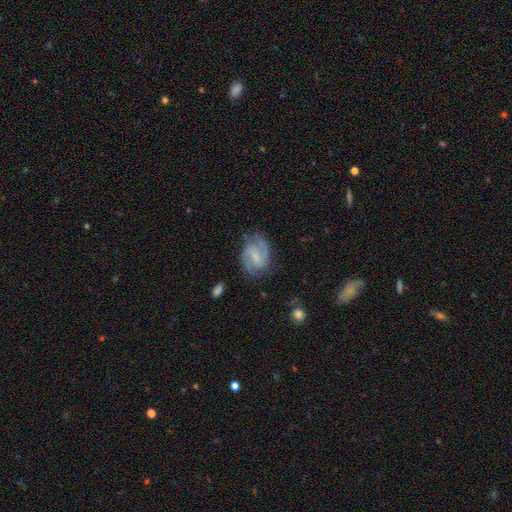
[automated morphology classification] smooth-or-featured: featured or disk: 84% | smooth: 10% | star or artifact: 6%
  disk-edge-on: no: 98% | yes: 2%
    bar: weak: 52% | strong: 29% | no: 19%
    has-spiral-arms: yes: 96% | no: 4%
      spiral-winding: medium: 52% | tight: 31% | loose: 17%
      spiral-arm-count: 2: 74% | 3: 11% | can't tell: 8% | 1: 3% | 4: 2% | more than 4: 2%
    bulge-size: small: 50% | moderate: 24% | none: 22% | large: 2% | dominant: 1%
  merging: none: 73% | minor disturbance: 18% | major disturbance: 8% | merger: 2%